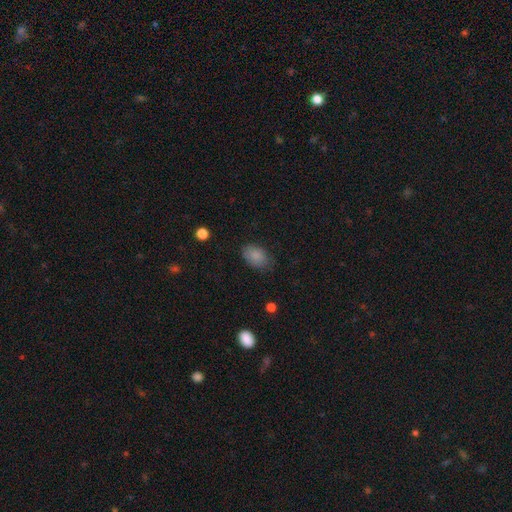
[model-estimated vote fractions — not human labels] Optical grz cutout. It shows a smooth galaxy with no disk features (85%) that is in between round and cigar-shaped (85%). Merging: none (72%).